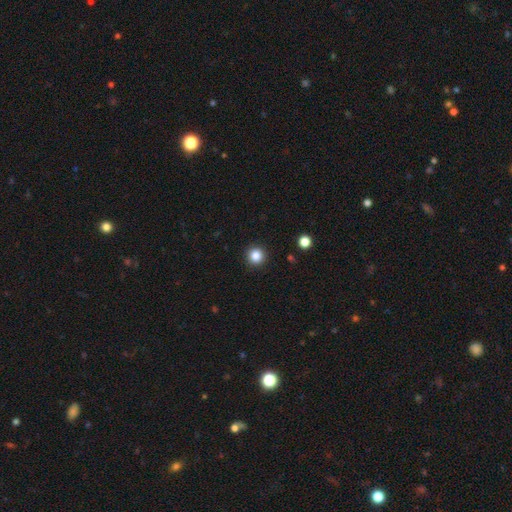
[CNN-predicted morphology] A smooth galaxy with no disk features (85%) that is round (95%). Merging: none (92%).